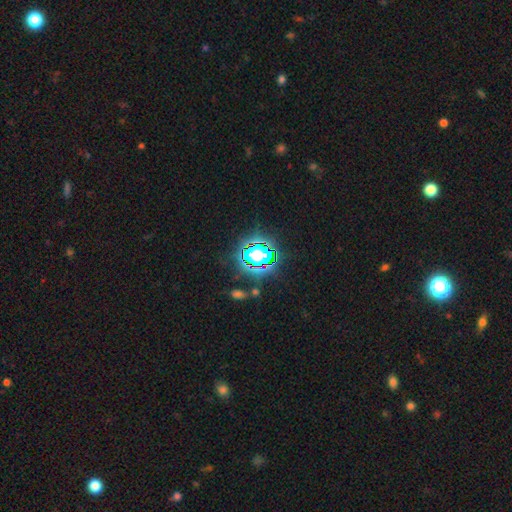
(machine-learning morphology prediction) A star or artifact, not a galaxy (73%).